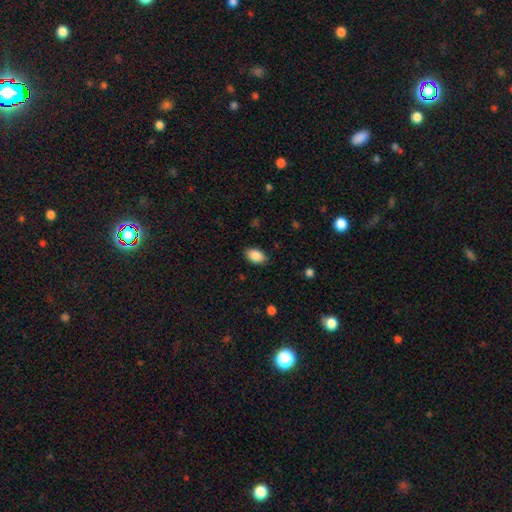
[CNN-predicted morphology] This is clearly a smooth galaxy (89%). How rounded: clearly in between (91%). Merging: clearly none (87%).